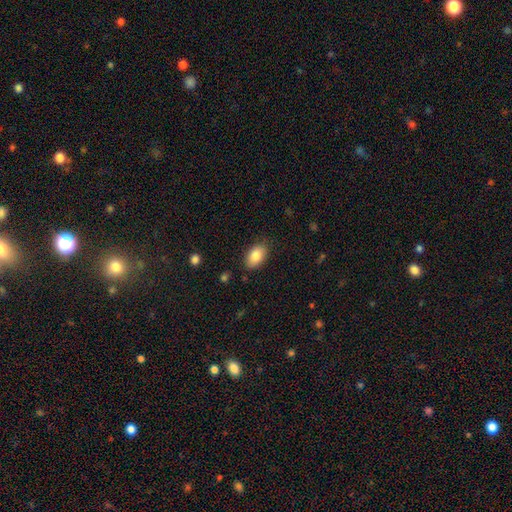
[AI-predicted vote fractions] The model was most divided on "merging": none: 85%, minor disturbance: 12%, major disturbance: 3%, merger: 1%. More confident: how rounded — in between (91%); smooth or featured — smooth (84%).